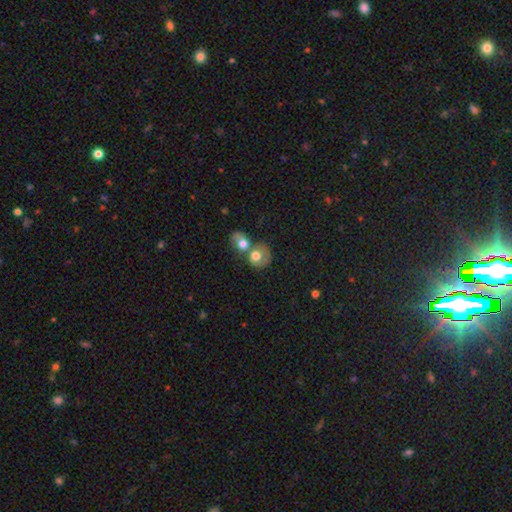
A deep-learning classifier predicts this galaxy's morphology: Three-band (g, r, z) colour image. It shows a smooth galaxy with no disk features (65%) that is round (66%). Merging: merger (66%).